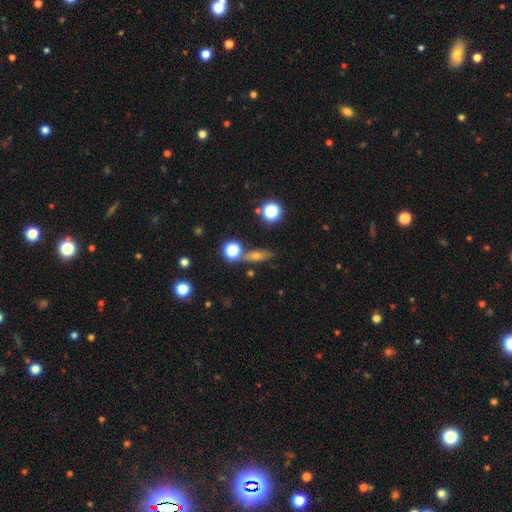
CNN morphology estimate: The model was most divided on "smooth or featured": smooth: 47%, featured or disk: 33%, star or artifact: 19%. More confident: merging — none (75%).